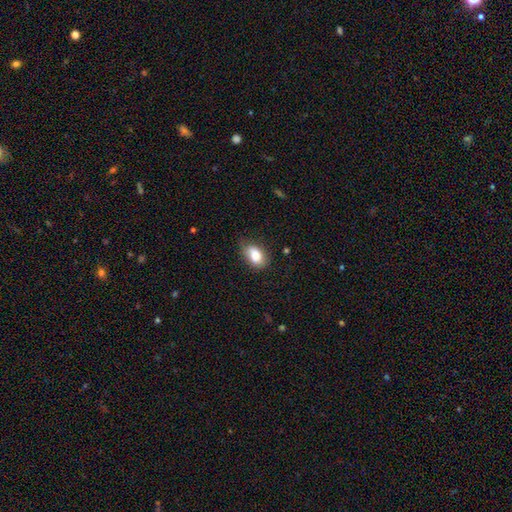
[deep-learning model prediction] A smooth galaxy with no disk features (83%) that is in between round and cigar-shaped (85%). Merging: none (57%).